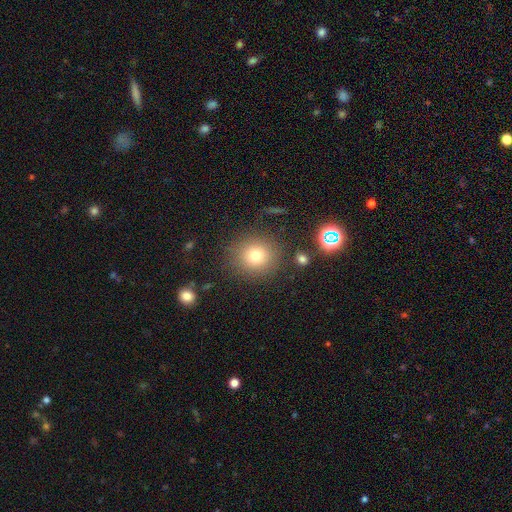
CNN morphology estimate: Q: Smooth or featured?
A: smooth (76%); runner-up: star or artifact (15%)
Q: How rounded?
A: round (89%); runner-up: in between (10%)
Q: Merging?
A: none (85%); runner-up: minor disturbance (8%)